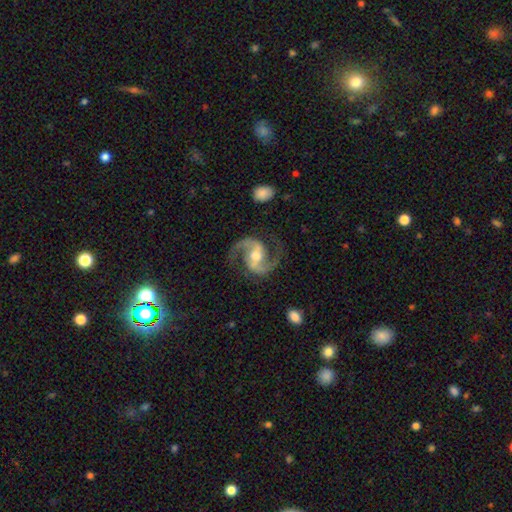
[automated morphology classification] This appears to be a featured or disk galaxy (93%) with a weak bar (44%), 2 (94%) medium (66%) spiral arms (98%) and a moderate central bulge (65%). Merging: none (81%).